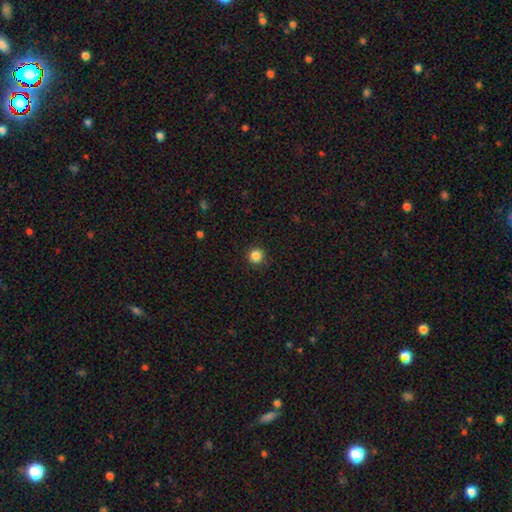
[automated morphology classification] A smooth galaxy with no disk features (86%) that is round (95%).

Vote fractions:
- Smooth or featured? smooth: 86% / star or artifact: 11% / featured or disk: 3%
- How rounded? round: 95% / in between: 4% / cigar-shaped: 1%
- Merging? none: 91% / minor disturbance: 6% / major disturbance: 2% / merger: 1%